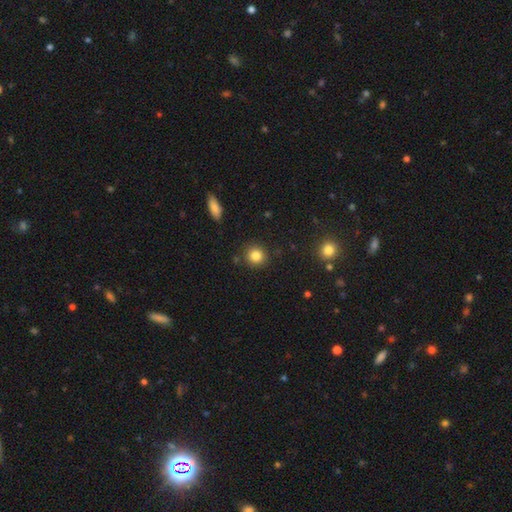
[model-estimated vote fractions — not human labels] smooth-or-featured: smooth: 84% | star or artifact: 10% | featured or disk: 5%
  how-rounded: round: 90% | in between: 9% | cigar-shaped: 1%
  merging: none: 88% | minor disturbance: 7% | major disturbance: 2% | merger: 2%